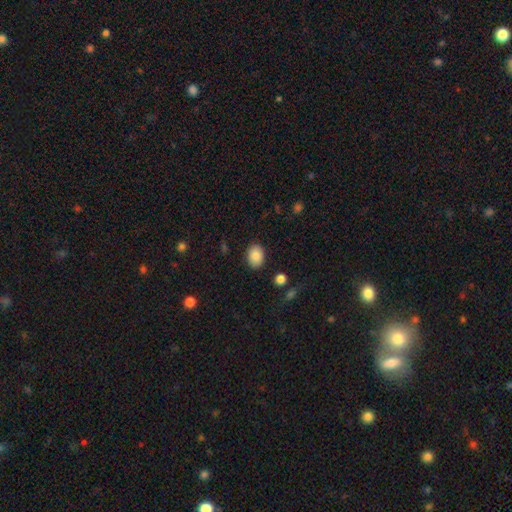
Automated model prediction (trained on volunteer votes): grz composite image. It shows a smooth galaxy with no disk features (88%) that is in between round and cigar-shaped (73%). Merging: none (87%).